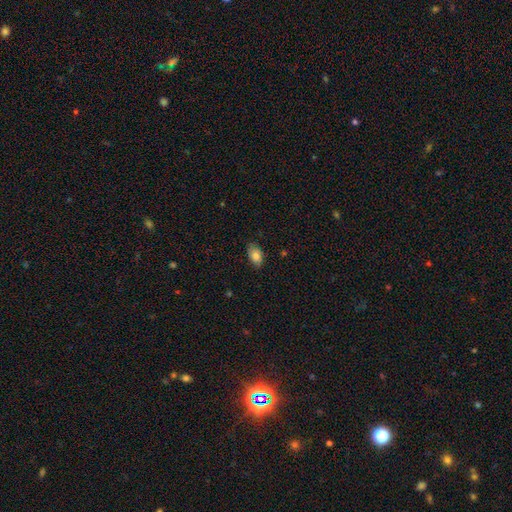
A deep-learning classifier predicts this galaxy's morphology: Smooth or featured: smooth — 81% (featured or disk — 11%)
How rounded: in between — 90% (round — 8%)
Merging: none — 81% (minor disturbance — 15%)